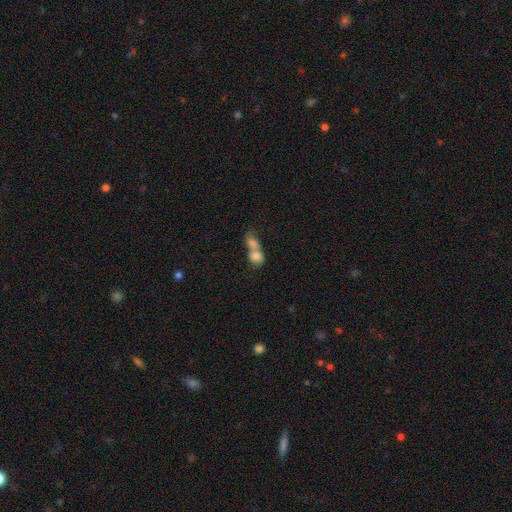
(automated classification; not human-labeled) Smooth or featured?
  - smooth: 77% *
  - featured or disk: 15%
  - star or artifact: 8%
How rounded?
  - round: 55% *
  - in between: 42%
  - cigar-shaped: 2%
Merging?
  - merger: 79% *
  - none: 12%
  - minor disturbance: 4%
  - major disturbance: 4%